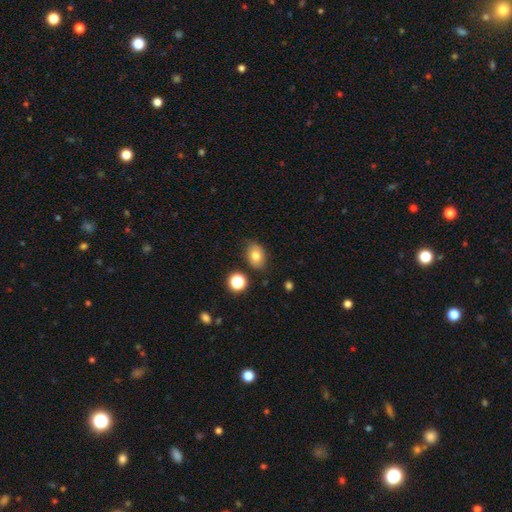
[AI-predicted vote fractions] Smooth or featured: smooth — 77% (featured or disk — 12%)
How rounded: in between — 74% (round — 25%)
Merging: none — 79% (minor disturbance — 15%)